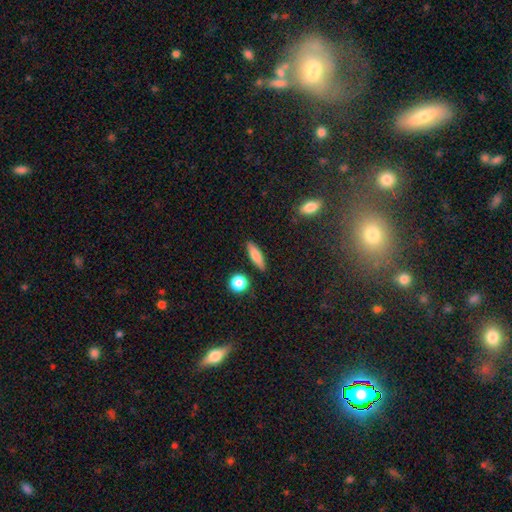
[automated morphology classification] Smooth or featured? smooth (78%)
How rounded? cigar-shaped (55%)
Merging? none (87%)